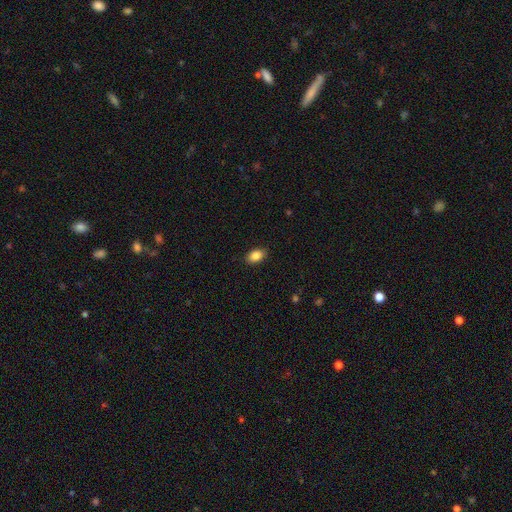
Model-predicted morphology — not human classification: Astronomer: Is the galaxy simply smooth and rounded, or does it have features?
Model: smooth — 87%.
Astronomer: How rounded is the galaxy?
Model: in between — 89%.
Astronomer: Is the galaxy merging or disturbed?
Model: none — 89%.